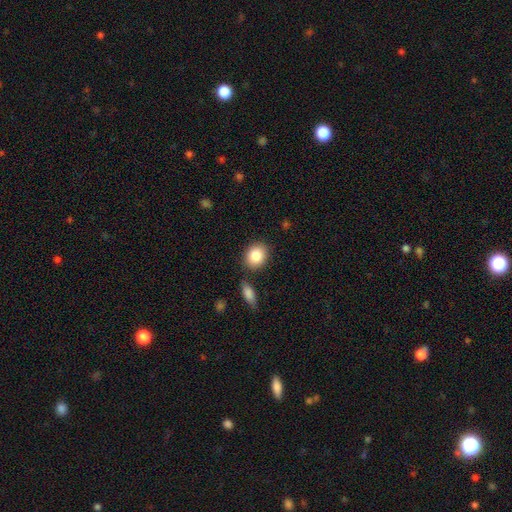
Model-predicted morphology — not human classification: Q: Smooth or featured?
A: smooth (85%); runner-up: star or artifact (8%)
Q: How rounded?
A: round (53%); runner-up: in between (45%)
Q: Merging?
A: none (80%); runner-up: minor disturbance (11%)